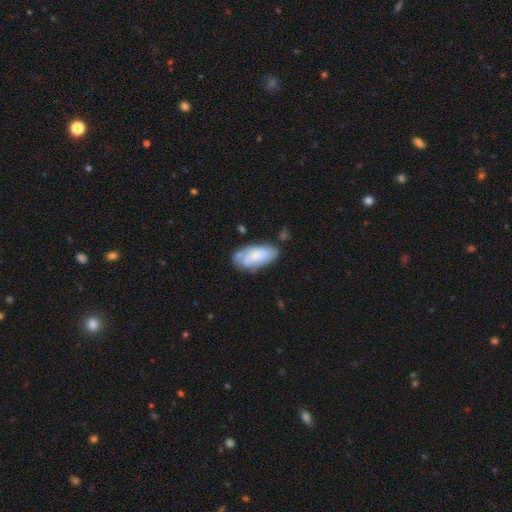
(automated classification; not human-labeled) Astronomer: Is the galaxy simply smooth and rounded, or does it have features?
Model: smooth — 55% (runner-up: featured or disk, 38%).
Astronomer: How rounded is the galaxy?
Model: in between — 89%.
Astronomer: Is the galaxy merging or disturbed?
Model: none — 63%.